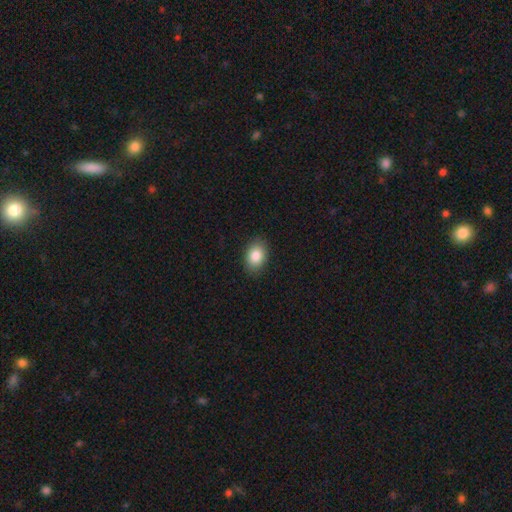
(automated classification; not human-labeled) Smooth or featured? smooth (86%)
How rounded? in between (77%)
Merging? none (87%)